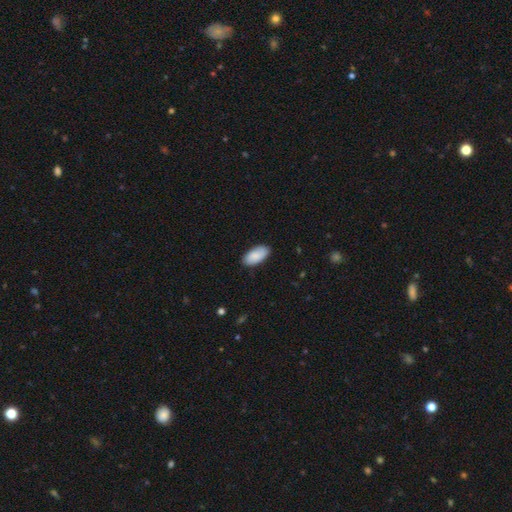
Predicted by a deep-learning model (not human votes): Q: Smooth or featured?
A: smooth (88%); runner-up: featured or disk (6%)
Q: How rounded?
A: in between (94%); runner-up: cigar-shaped (4%)
Q: Merging?
A: none (85%); runner-up: minor disturbance (12%)